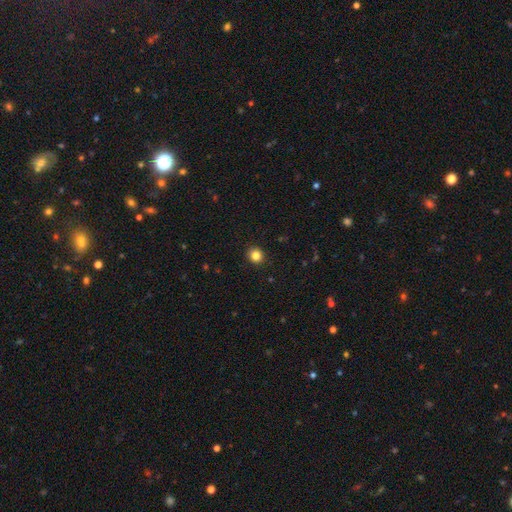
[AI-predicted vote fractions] A smooth galaxy with no disk features (84%) that is round (86%). Merging: none (92%).